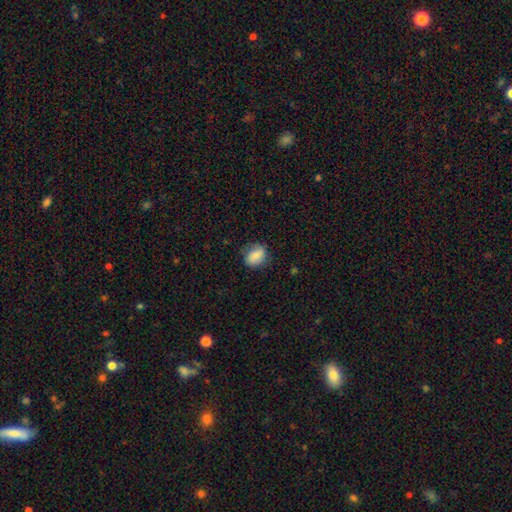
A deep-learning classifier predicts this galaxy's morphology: smooth-or-featured: smooth: 77% | featured or disk: 15% | star or artifact: 8%
  how-rounded: in between: 53% | round: 45% | cigar-shaped: 1%
  merging: none: 74% | minor disturbance: 19% | major disturbance: 5% | merger: 1%